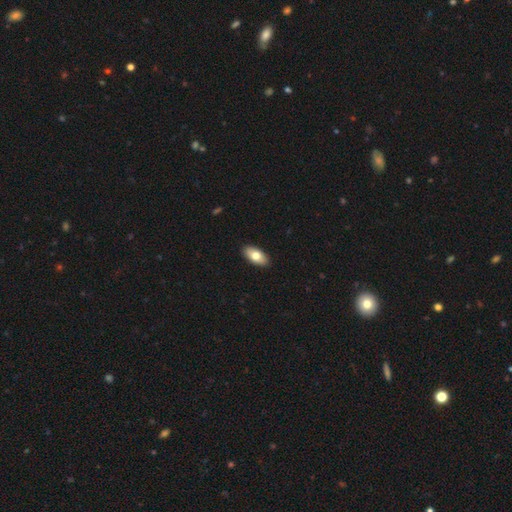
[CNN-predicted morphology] type=smooth (76%); roundness=in between (92%); merging=none (90%).